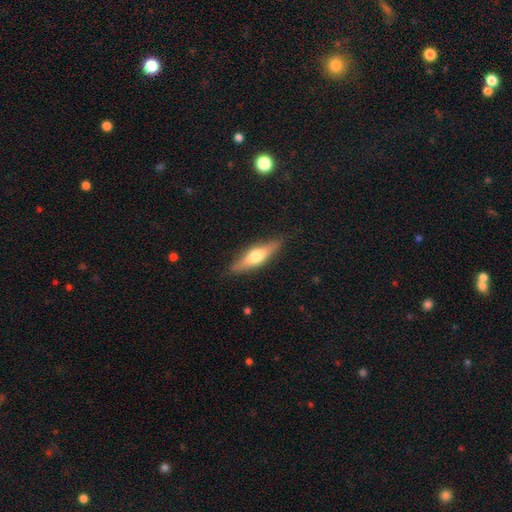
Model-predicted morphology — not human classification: This is possibly a featured or disk galaxy (48%). Merging: clearly none (86%).